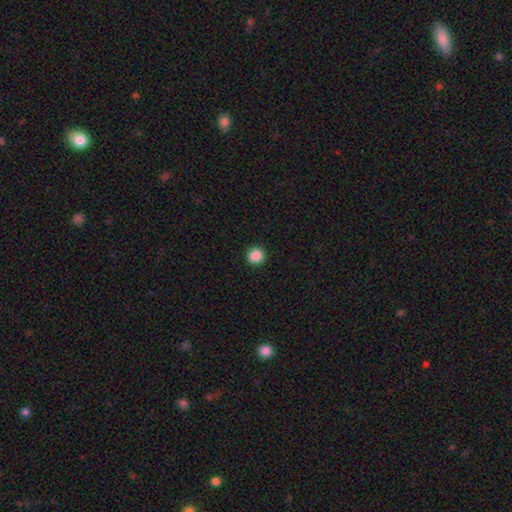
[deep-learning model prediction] A smooth galaxy with no disk features (88%) that is round (94%).

Vote fractions:
- Smooth or featured? smooth: 88% / star or artifact: 10% / featured or disk: 2%
- How rounded? round: 94% / in between: 5% / cigar-shaped: 1%
- Merging? none: 93% / minor disturbance: 4% / major disturbance: 2% / merger: 1%